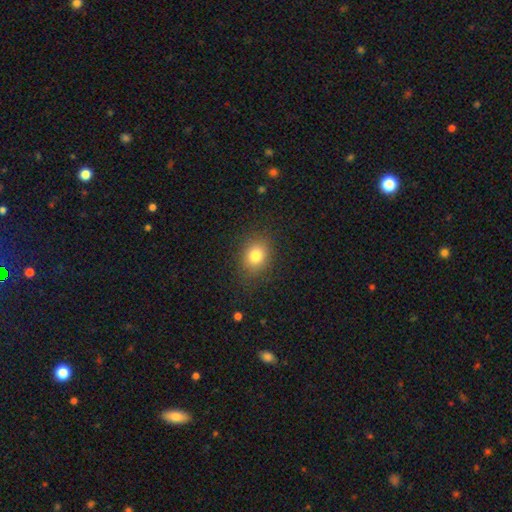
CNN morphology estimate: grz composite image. It shows a smooth galaxy with no disk features (80%) that is round (60%). Merging: none (85%).